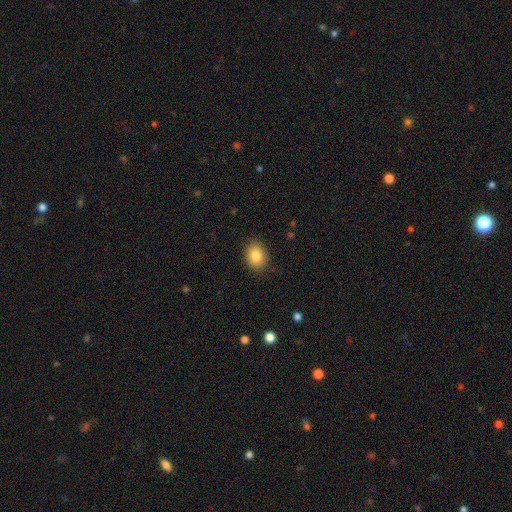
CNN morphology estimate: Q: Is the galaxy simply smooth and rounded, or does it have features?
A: smooth — 85%.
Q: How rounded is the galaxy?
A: in between — 62%.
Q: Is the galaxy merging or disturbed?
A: none — 88%.